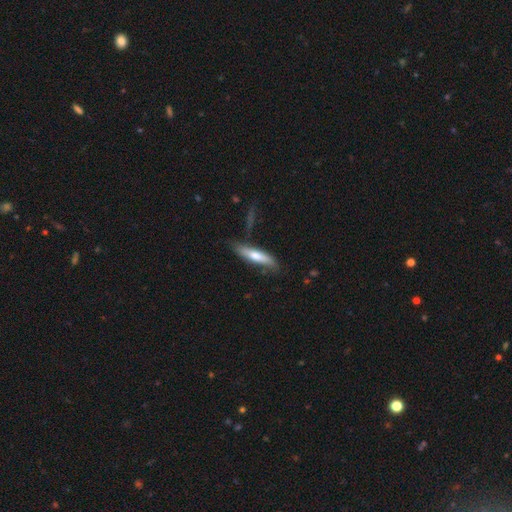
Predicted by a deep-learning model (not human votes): This appears to be a smooth galaxy with no disk features (62%) that is cigar-shaped (77%). Merging: none (68%).